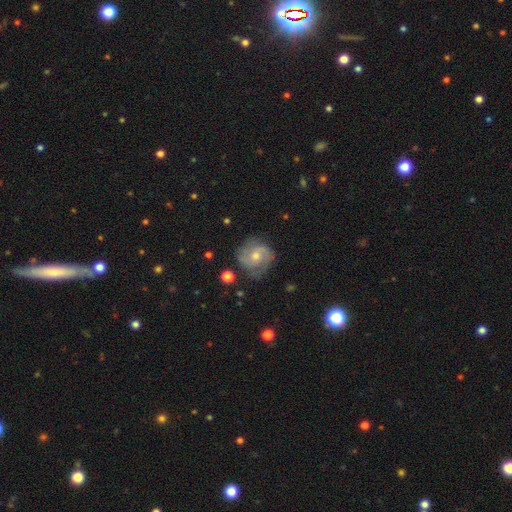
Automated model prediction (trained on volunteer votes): This appears to be a featured or disk galaxy (76%) with no bar (57%), 2 (66%) medium (47%) spiral arms (94%) and a moderate central bulge (49%). Merging: none (78%).